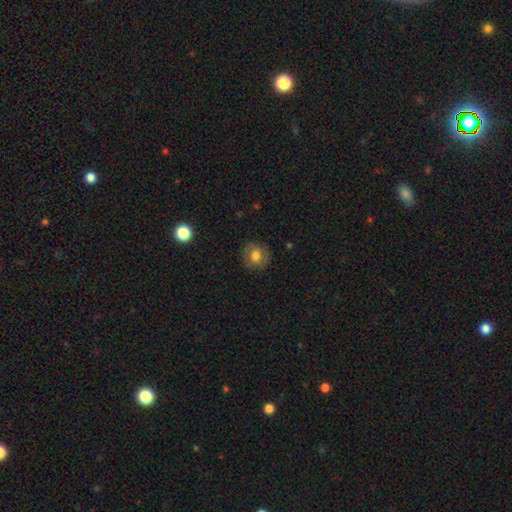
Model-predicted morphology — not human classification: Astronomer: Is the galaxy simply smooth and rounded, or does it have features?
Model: smooth — 68%.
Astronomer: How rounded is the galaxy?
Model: round — 85%.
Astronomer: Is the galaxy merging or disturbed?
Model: none — 84%.